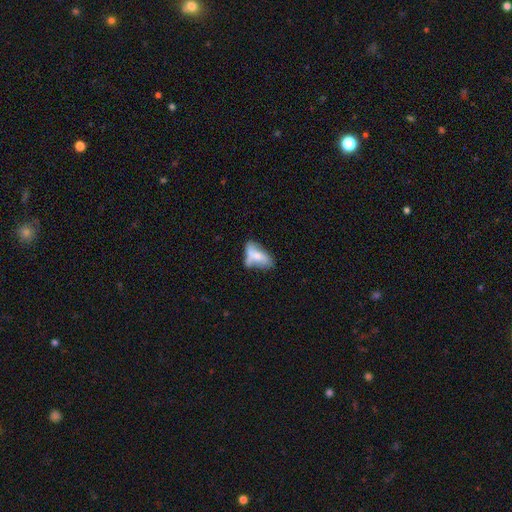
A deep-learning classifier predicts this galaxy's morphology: smooth 59%, featured or disk 33%, star or artifact 8%. Down the decision tree: how rounded — in between (79%); merging — none (30%).